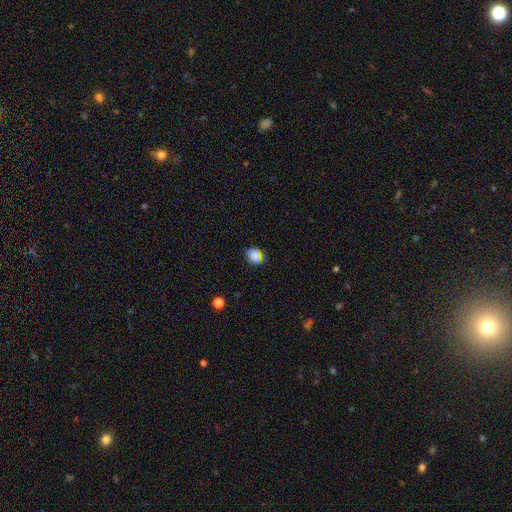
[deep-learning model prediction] Q: Smooth or featured?
A: smooth (79%); runner-up: star or artifact (14%)
Q: How rounded?
A: in between (50%); runner-up: round (48%)
Q: Merging?
A: none (73%); runner-up: minor disturbance (18%)